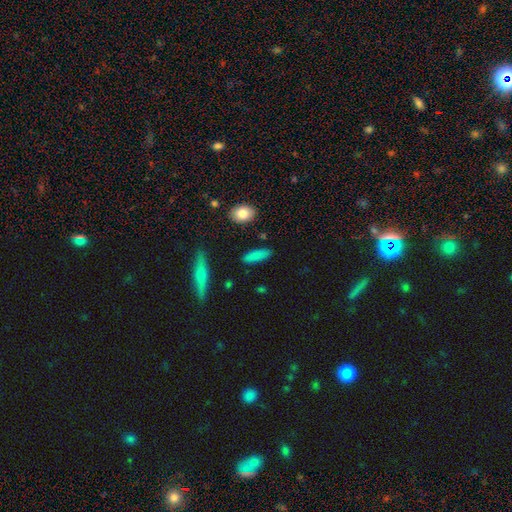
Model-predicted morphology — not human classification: A smooth galaxy with no disk features (82%) that is in between round and cigar-shaped (50%).

Vote fractions:
- Smooth or featured? smooth: 82% / featured or disk: 10% / star or artifact: 8%
- How rounded? in between: 50% / cigar-shaped: 47% / round: 3%
- Merging? none: 85% / minor disturbance: 10% / major disturbance: 3% / merger: 2%